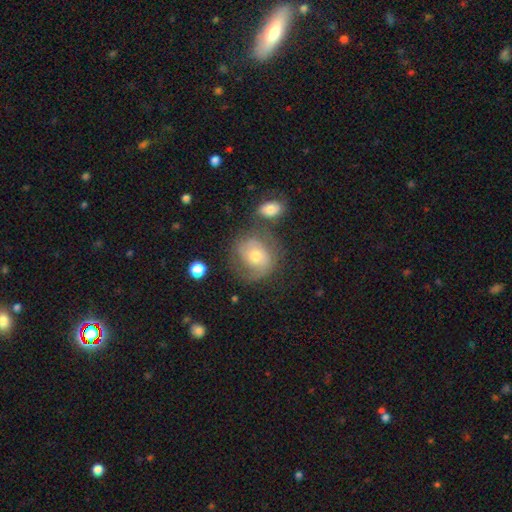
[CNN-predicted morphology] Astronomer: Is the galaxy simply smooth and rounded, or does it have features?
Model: featured or disk — 57% (runner-up: smooth, 35%).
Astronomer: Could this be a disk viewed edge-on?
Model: no — 97%.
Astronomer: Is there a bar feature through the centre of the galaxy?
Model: no — 67%.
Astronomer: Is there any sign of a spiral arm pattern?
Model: yes — 80%.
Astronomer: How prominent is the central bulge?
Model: moderate — 64%.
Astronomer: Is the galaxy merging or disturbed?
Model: none — 59%.